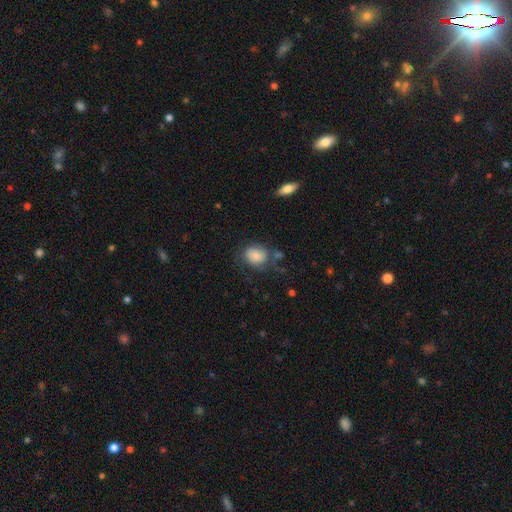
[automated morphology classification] smooth-or-featured: smooth: 82% | featured or disk: 10% | star or artifact: 8%
  how-rounded: in between: 50% | round: 49% | cigar-shaped: 1%
  merging: none: 58% | minor disturbance: 23% | major disturbance: 12% | merger: 7%